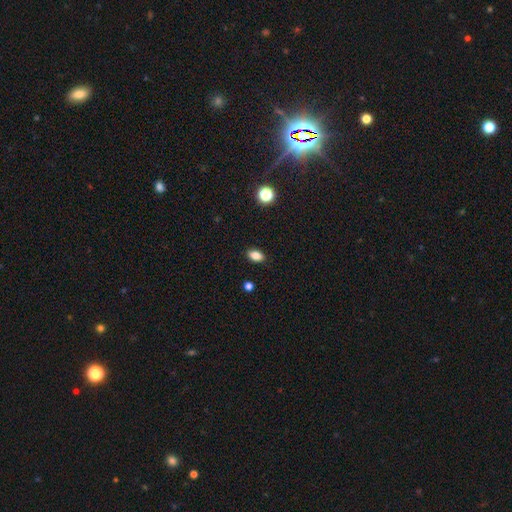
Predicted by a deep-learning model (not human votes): This is clearly a smooth galaxy (84%). How rounded: clearly in between (86%). Merging: clearly none (89%).